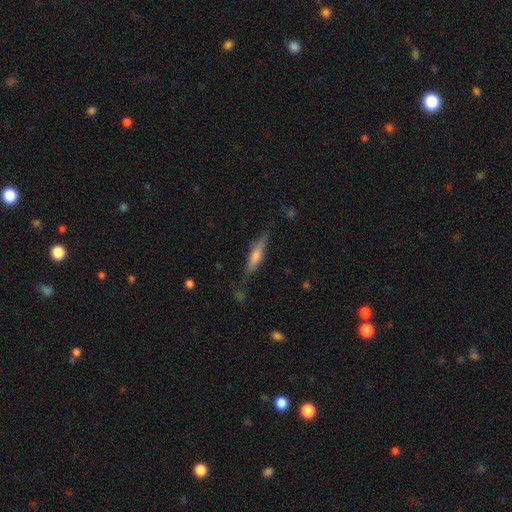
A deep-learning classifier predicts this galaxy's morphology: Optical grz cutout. It shows a smooth galaxy with no disk features (47%). Merging: none (78%).